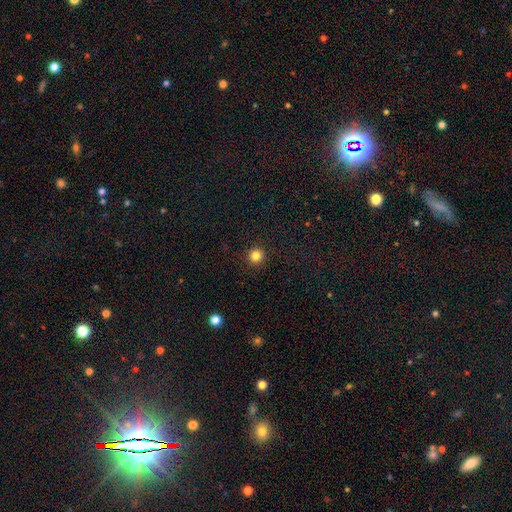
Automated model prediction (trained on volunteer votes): smooth_or_featured: smooth (p=0.83) [alt: star or artifact p=0.12]
how_rounded: round (p=0.96) [alt: in between p=0.04]
merging: none (p=0.93) [alt: minor disturbance p=0.04]